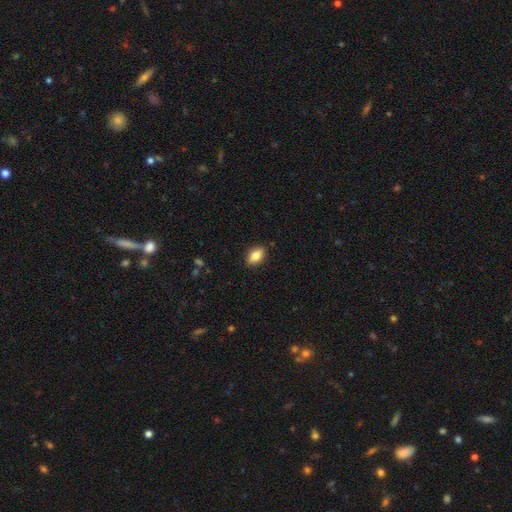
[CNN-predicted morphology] Smooth or featured? Predicted: smooth (p=0.82). How rounded? Predicted: in between (p=0.87). Merging? Predicted: none (p=0.87).